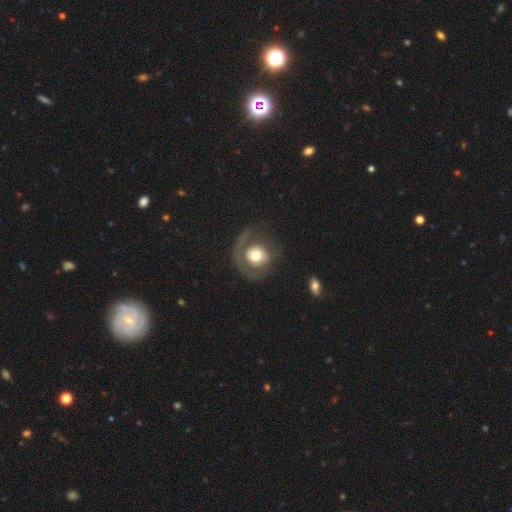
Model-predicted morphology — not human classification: smooth 47%, featured or disk 46%, star or artifact 7%. Down the decision tree: merging — none (51%).